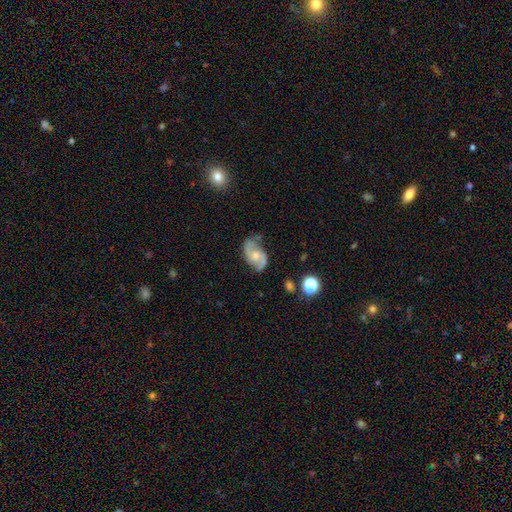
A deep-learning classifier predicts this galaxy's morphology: Smooth or featured?
  - featured or disk: 80% *
  - smooth: 14%
  - star or artifact: 7%
Edge-on disk?
  - no: 97% *
  - yes: 3%
Bar?
  - no: 59% *
  - weak: 35%
  - strong: 6%
Spiral arms?
  - yes: 94% *
  - no: 6%
Spiral winding?
  - medium: 47% *
  - loose: 38%
  - tight: 15%
Spiral arm count?
  - 2: 90% *
  - can't tell: 5%
  - 1: 2%
  - 3: 1%
  - 4: 1%
  - more than 4: 1%
Bulge size?
  - moderate: 54% *
  - small: 34%
  - none: 6%
  - large: 6%
  - dominant: 1%
Merging?
  - none: 67% *
  - minor disturbance: 22%
  - major disturbance: 8%
  - merger: 3%